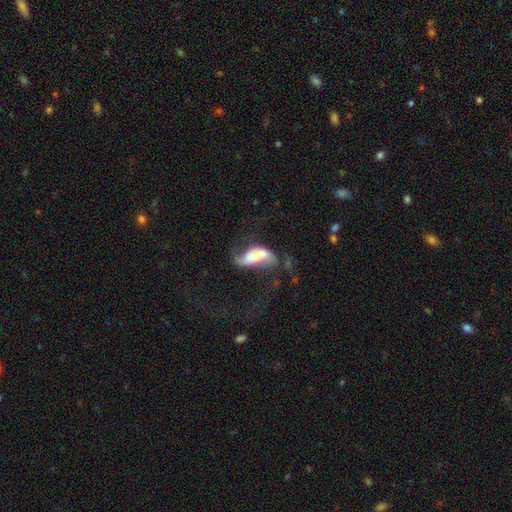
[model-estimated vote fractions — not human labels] Overall: featured or disk (51%; smooth 41%). Edge-on disk: no (91%). Merging: major disturbance (36%; none 27%).